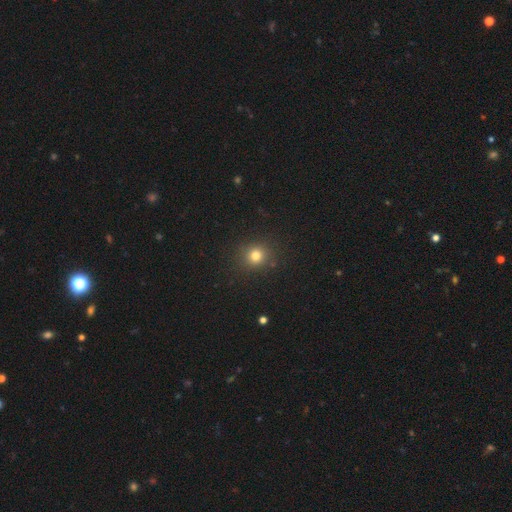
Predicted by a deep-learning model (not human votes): A smooth galaxy with no disk features (78%) that is round (87%). Merging: none (87%).